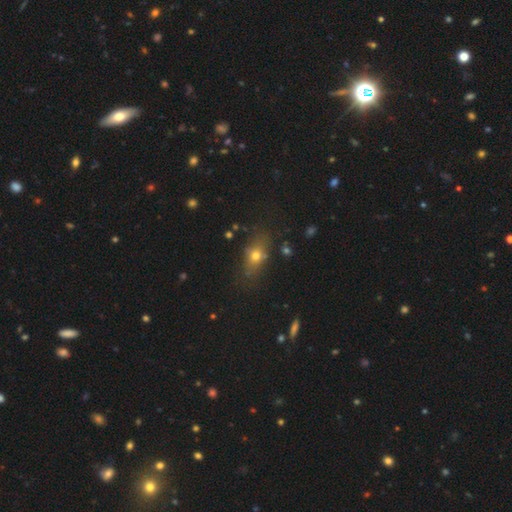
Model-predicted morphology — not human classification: Q: Smooth or featured?
A: smooth (66%); runner-up: featured or disk (19%)
Q: How rounded?
A: in between (66%); runner-up: round (26%)
Q: Merging?
A: none (69%); runner-up: minor disturbance (19%)